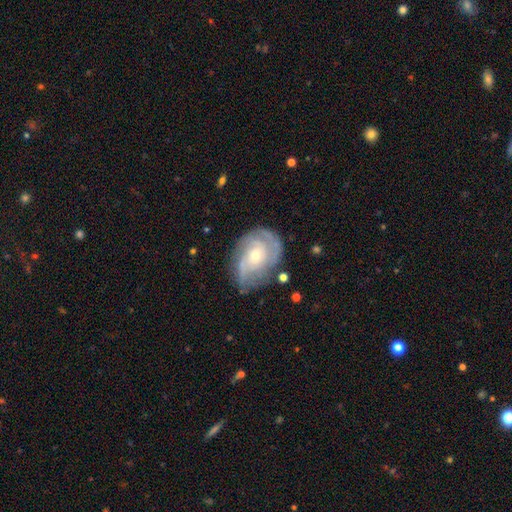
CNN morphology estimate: This appears to be a featured or disk galaxy (84%) with no bar (72%), 2 (28%, tied with 3) tight (55%) spiral arms (95%) and a small central bulge (65%). Merging: none (70%).